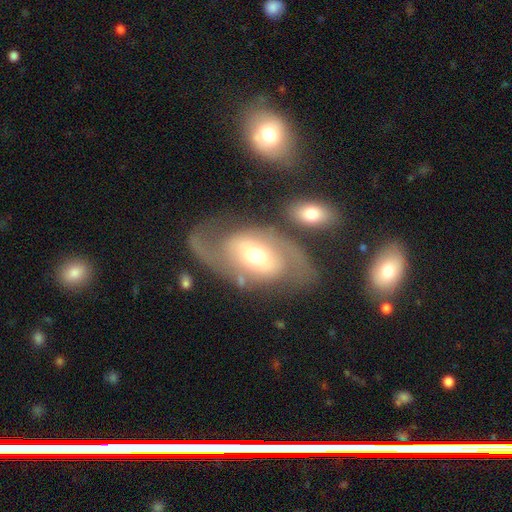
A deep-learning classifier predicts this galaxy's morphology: This appears to be a featured or disk galaxy (78%) with no bar (45%), 2 (84%) medium (46%) spiral arms (86%) and a moderate central bulge (67%). Merging: none (60%).